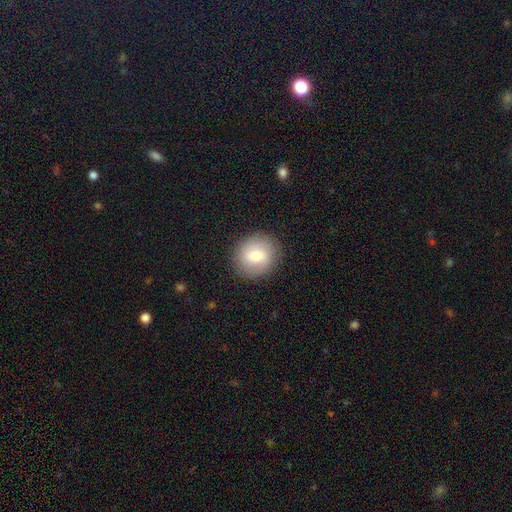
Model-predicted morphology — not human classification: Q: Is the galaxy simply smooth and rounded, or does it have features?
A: smooth — 70%.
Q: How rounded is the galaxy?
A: round — 87%.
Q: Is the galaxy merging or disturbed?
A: none — 88%.